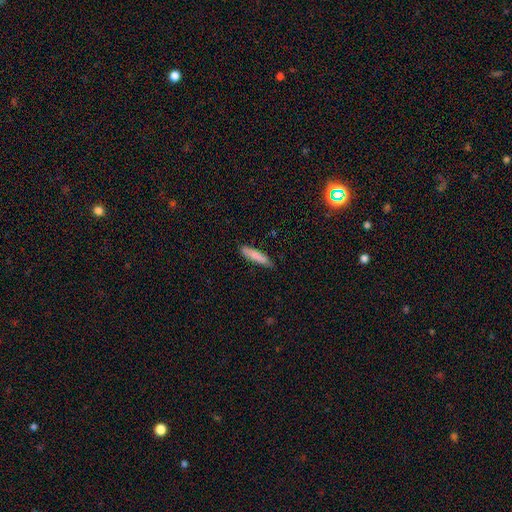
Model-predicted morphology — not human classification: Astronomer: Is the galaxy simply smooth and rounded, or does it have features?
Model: smooth — 82%.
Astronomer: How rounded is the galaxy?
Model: cigar-shaped — 80%.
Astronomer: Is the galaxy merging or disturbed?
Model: none — 81%.